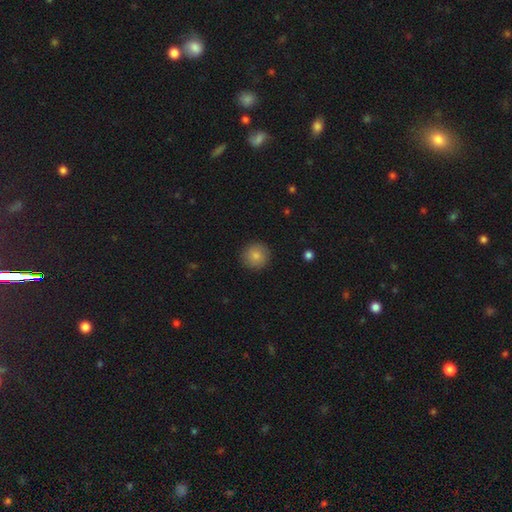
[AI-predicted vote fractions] A smooth galaxy with no disk features (85%) that is round (94%). Merging: none (90%).